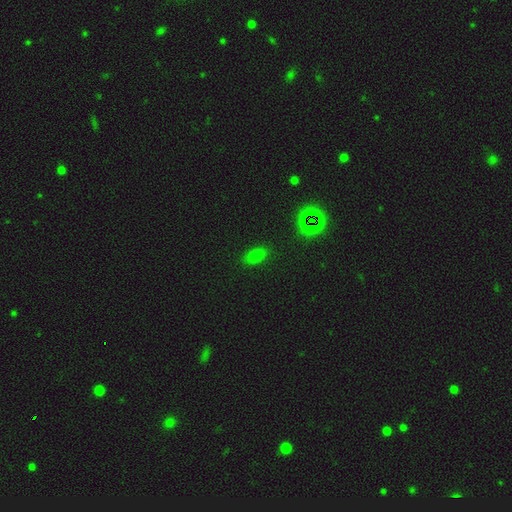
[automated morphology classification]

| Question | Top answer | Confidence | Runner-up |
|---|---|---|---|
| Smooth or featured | smooth | 71% | star or artifact (21%) |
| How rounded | in between | 85% | round (10%) |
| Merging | none | 85% | minor disturbance (10%) |